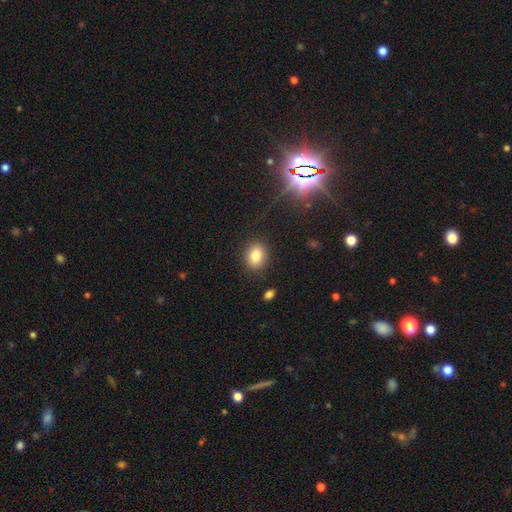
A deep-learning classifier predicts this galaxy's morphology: A smooth galaxy with no disk features (82%) that is round (51%). Merging: none (87%).